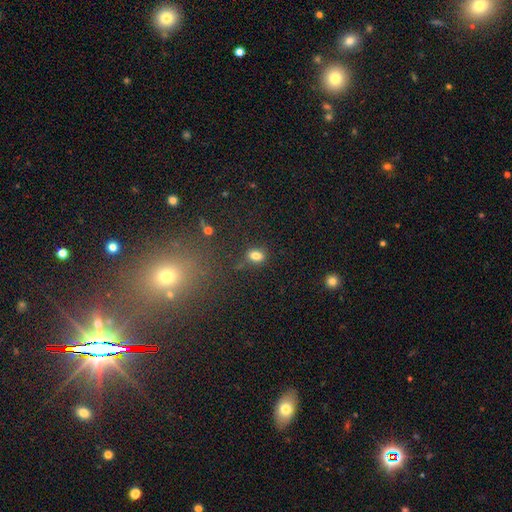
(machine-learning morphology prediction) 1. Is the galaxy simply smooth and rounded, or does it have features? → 80% smooth, 13% star or artifact, 8% featured or disk.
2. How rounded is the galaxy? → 67% in between, 31% round, 2% cigar-shaped.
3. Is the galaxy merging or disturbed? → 71% none, 17% minor disturbance, 7% merger, 5% major disturbance.